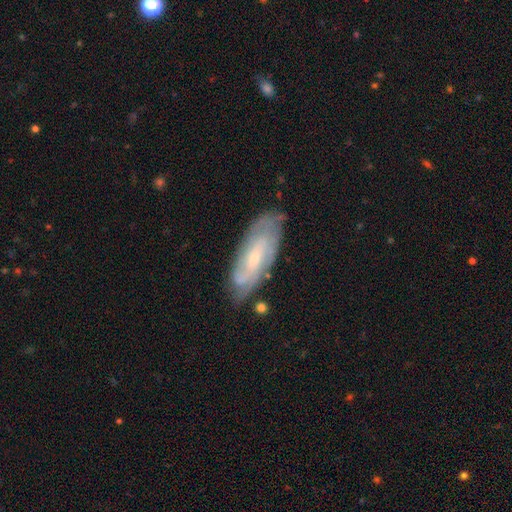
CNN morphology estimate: A featured or disk galaxy (68%) with no bar (51%), spiral arms (85%) and a small central bulge (60%). Merging: none (76%).